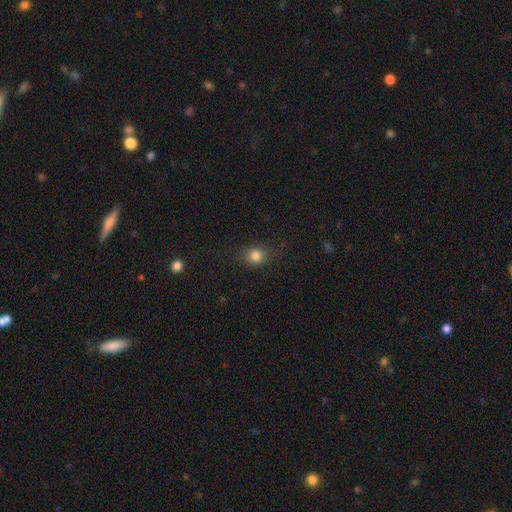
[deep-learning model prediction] Smooth or featured: smooth — 81% (star or artifact — 13%)
How rounded: round — 64% (in between — 34%)
Merging: none — 83% (minor disturbance — 12%)